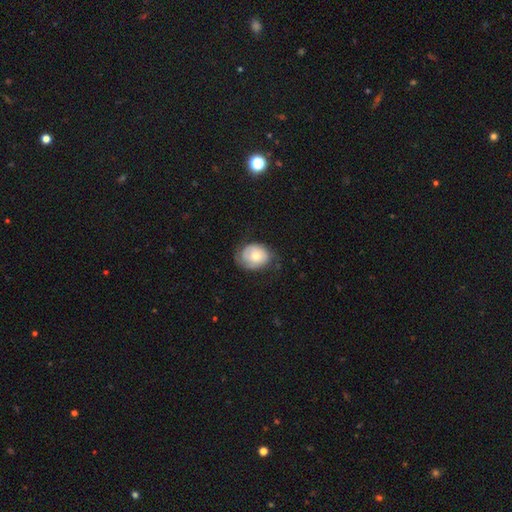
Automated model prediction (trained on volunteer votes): This is possibly a smooth galaxy (52%). How rounded: possibly in between (50%). Merging: possibly none (59%).